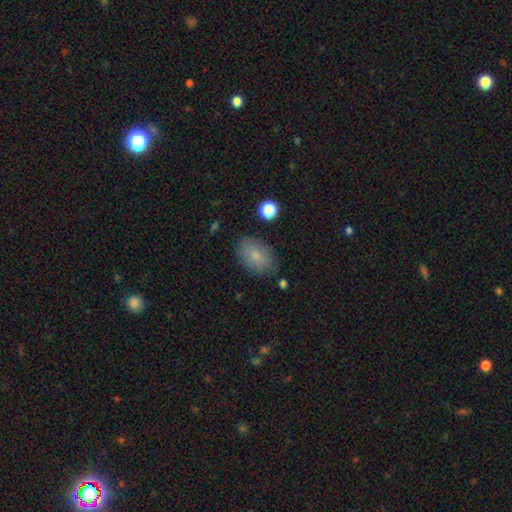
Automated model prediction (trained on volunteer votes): Morphology: type=smooth (83%); roundness=in between (90%); merging=none (83%).